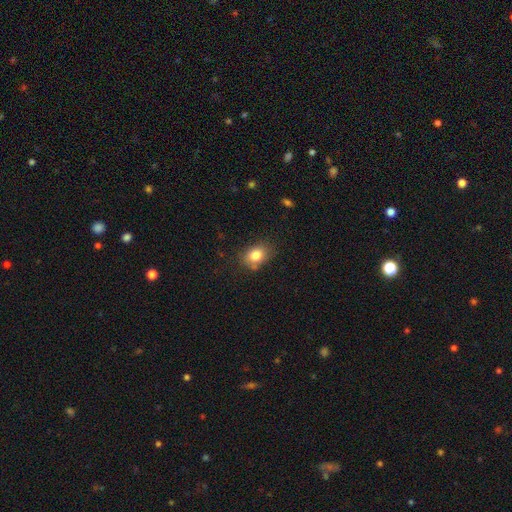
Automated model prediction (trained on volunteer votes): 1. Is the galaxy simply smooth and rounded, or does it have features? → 82% smooth, 10% star or artifact, 9% featured or disk.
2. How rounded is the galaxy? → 66% in between, 33% round, 1% cigar-shaped.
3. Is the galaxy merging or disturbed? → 72% none, 20% minor disturbance, 5% major disturbance, 4% merger.